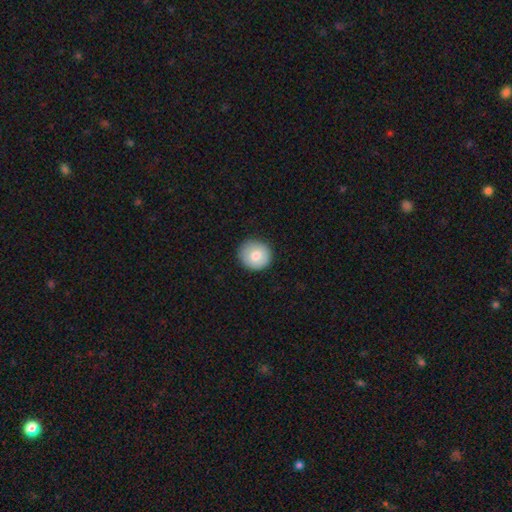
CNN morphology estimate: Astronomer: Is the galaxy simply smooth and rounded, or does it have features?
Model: smooth — 76%.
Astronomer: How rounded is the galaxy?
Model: round — 90%.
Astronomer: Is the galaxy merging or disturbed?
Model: none — 89%.